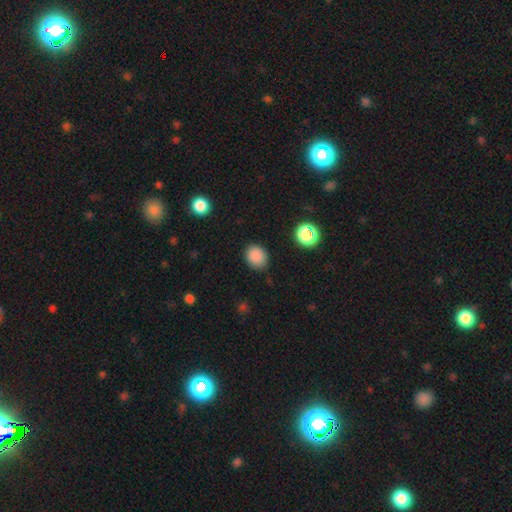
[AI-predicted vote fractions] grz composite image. It shows a smooth galaxy with no disk features (86%) that is round (63%). Merging: none (85%).